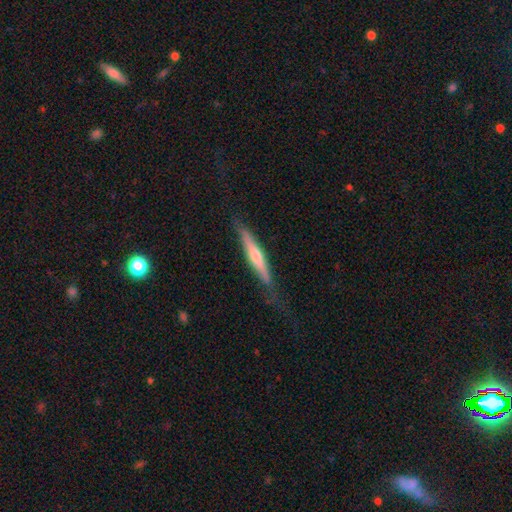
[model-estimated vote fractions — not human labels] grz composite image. It shows a featured or disk galaxy (55%) viewed edge-on (94%) with a rounded central bulge (70%). Merging: none (74%).